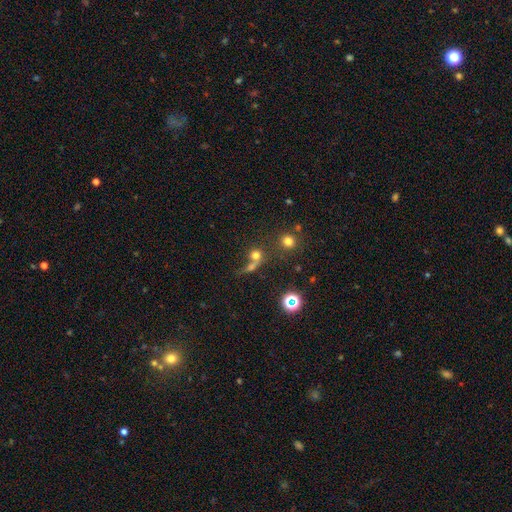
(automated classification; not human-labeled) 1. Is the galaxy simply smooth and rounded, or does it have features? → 65% smooth, 21% star or artifact, 14% featured or disk.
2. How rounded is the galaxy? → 80% round, 17% in between, 3% cigar-shaped.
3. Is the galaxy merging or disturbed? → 47% merger, 34% none, 11% major disturbance, 8% minor disturbance.